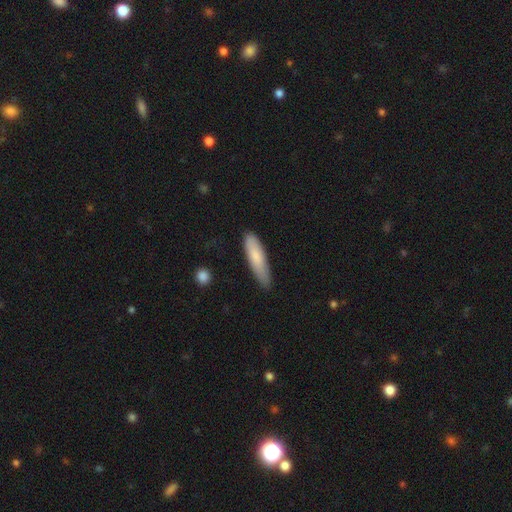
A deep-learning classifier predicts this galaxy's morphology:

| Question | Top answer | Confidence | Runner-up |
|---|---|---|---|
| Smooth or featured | smooth | 80% | featured or disk (14%) |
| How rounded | cigar-shaped | 72% | in between (27%) |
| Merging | none | 74% | minor disturbance (21%) |